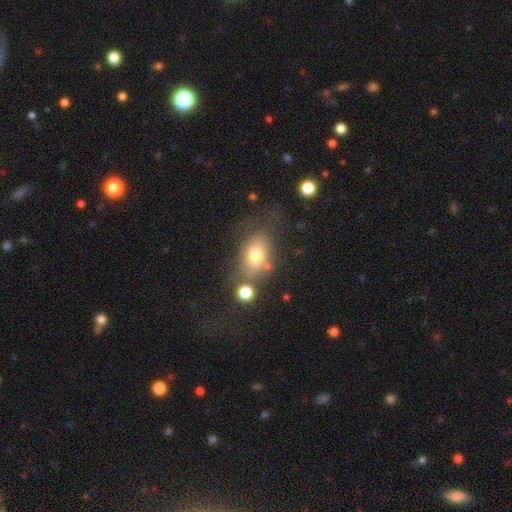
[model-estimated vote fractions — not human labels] This appears to be a smooth galaxy with no disk features (73%) that is in between round and cigar-shaped (75%). Merging: none (55%).